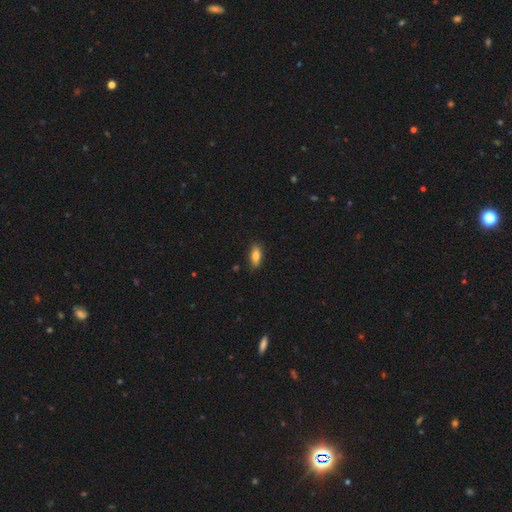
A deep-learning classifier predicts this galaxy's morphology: Q: Smooth or featured?
A: smooth (79%); runner-up: featured or disk (13%)
Q: How rounded?
A: in between (76%); runner-up: cigar-shaped (21%)
Q: Merging?
A: none (80%); runner-up: minor disturbance (16%)